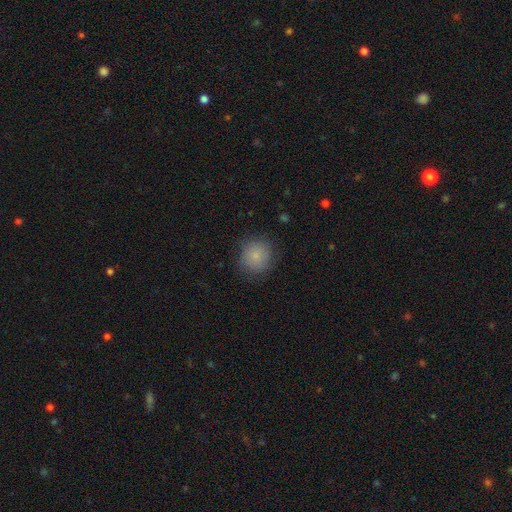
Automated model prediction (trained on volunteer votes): Smooth or featured?
  - smooth: 83% *
  - star or artifact: 9%
  - featured or disk: 7%
How rounded?
  - round: 91% *
  - in between: 8%
  - cigar-shaped: 1%
Merging?
  - none: 83% *
  - minor disturbance: 12%
  - major disturbance: 4%
  - merger: 1%